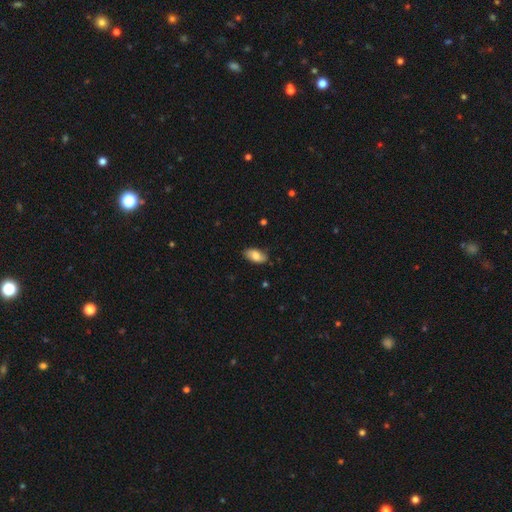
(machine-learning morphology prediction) type=smooth (77%); roundness=in between (93%); merging=none (79%).